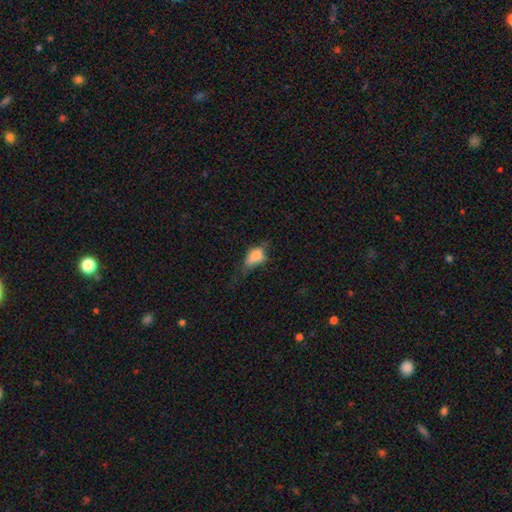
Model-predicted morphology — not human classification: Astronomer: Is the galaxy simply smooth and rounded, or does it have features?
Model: smooth — 70%.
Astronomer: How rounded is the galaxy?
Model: in between — 82%.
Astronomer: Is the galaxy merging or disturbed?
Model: major disturbance — 34% (runner-up: minor disturbance, 32%).